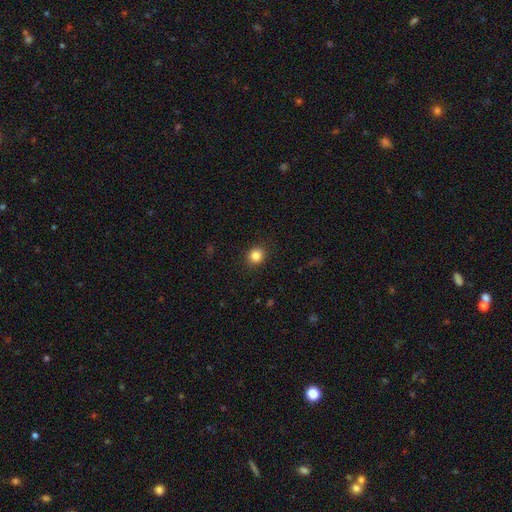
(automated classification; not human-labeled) This appears to be a smooth galaxy with no disk features (84%) that is round (78%). Merging: none (90%).